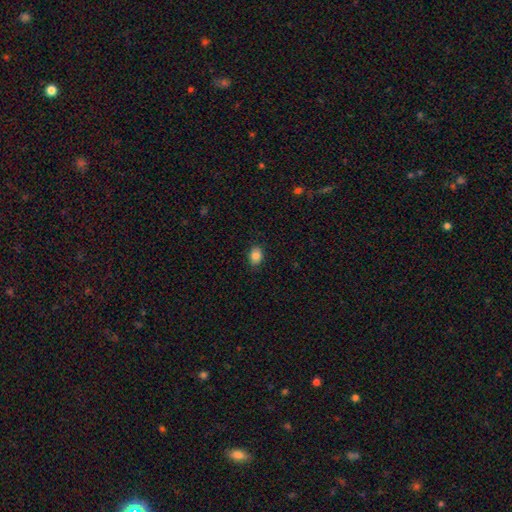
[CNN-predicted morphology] This appears to be a smooth galaxy with no disk features (87%) that is in between round and cigar-shaped (67%). Merging: none (85%).